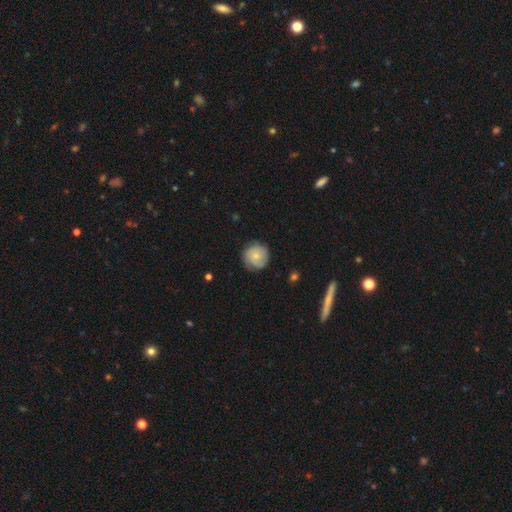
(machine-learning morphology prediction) type=smooth (55%); roundness=round (92%); merging=none (79%).